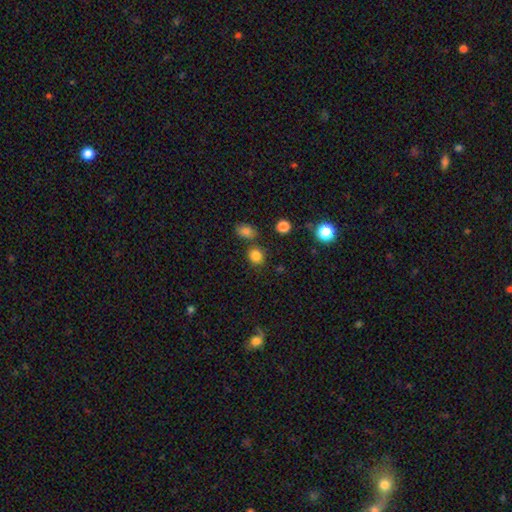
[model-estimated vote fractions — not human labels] smooth_or_featured: smooth (p=0.82) [alt: star or artifact p=0.13]
how_rounded: round (p=0.75) [alt: in between p=0.24]
merging: none (p=0.77) [alt: minor disturbance p=0.10]